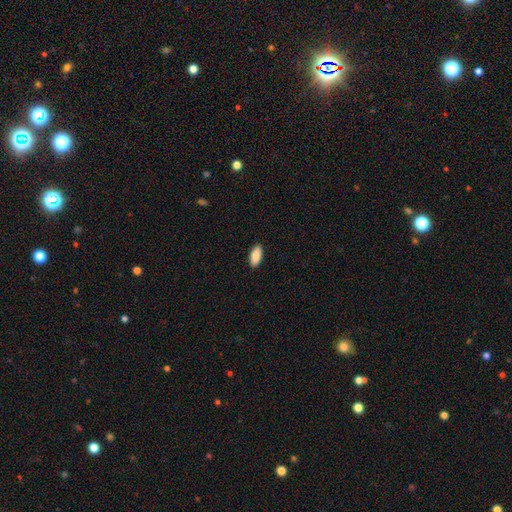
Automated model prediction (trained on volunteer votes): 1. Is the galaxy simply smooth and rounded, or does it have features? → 88% smooth, 6% featured or disk, 6% star or artifact.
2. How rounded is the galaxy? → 88% in between, 10% cigar-shaped, 2% round.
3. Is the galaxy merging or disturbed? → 90% none, 8% minor disturbance, 2% major disturbance, 1% merger.